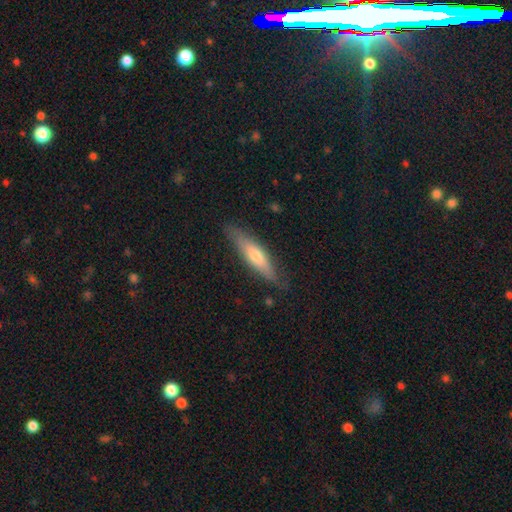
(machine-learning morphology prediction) This is possibly a smooth galaxy (56%). How rounded: likely cigar-shaped (76%). Merging: clearly none (82%).